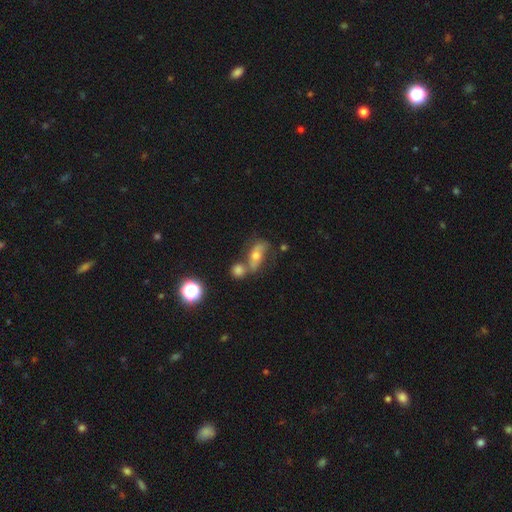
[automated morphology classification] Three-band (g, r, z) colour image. It shows a featured or disk galaxy (48%). Merging: none (44%).